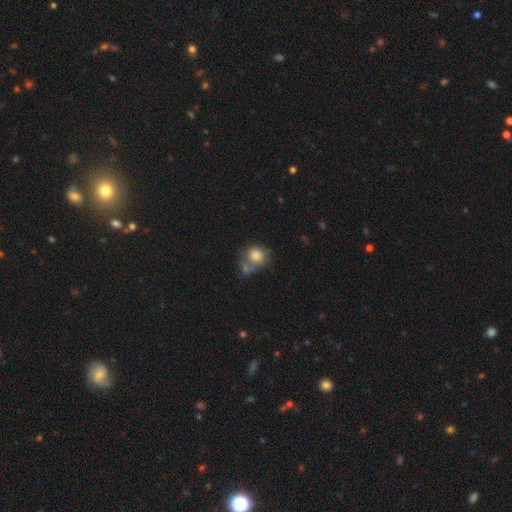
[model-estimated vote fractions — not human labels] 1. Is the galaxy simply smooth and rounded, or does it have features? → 79% smooth, 12% featured or disk, 9% star or artifact.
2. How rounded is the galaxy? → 76% round, 23% in between, 1% cigar-shaped.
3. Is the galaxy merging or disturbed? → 39% none, 36% merger, 16% minor disturbance, 9% major disturbance.